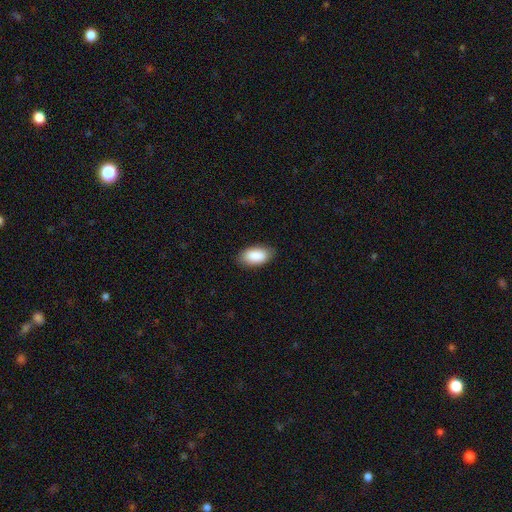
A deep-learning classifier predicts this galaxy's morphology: smooth 90%, star or artifact 6%, featured or disk 4%. Down the decision tree: how rounded — in between (95%); merging — none (85%).